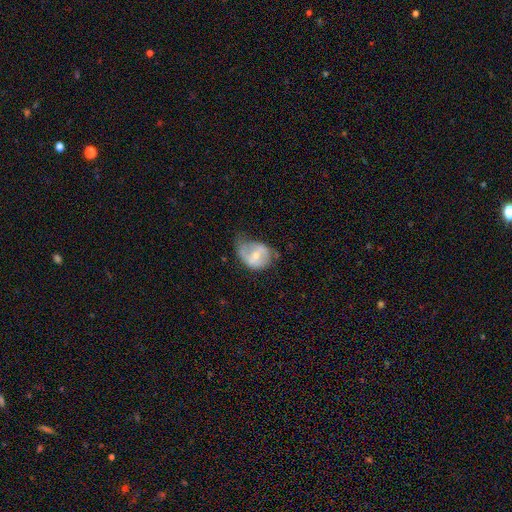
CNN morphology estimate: Smooth or featured: featured or disk — 55% (smooth — 38%)
Edge-on disk: no — 96% (yes — 4%)
Bar: no — 42% (weak — 41%)
Spiral arms: yes — 60% (no — 40%)
Bulge size: moderate — 51% (small — 44%)
Merging: minor disturbance — 38% (none — 31%)